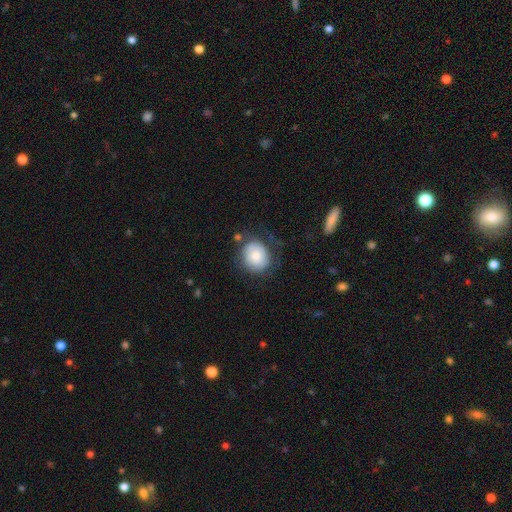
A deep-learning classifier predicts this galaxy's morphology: A smooth galaxy with no disk features (75%) that is round (70%).

Vote fractions:
- Smooth or featured? smooth: 75% / featured or disk: 18% / star or artifact: 7%
- How rounded? round: 70% / in between: 29% / cigar-shaped: 1%
- Merging? none: 64% / minor disturbance: 22% / major disturbance: 10% / merger: 3%